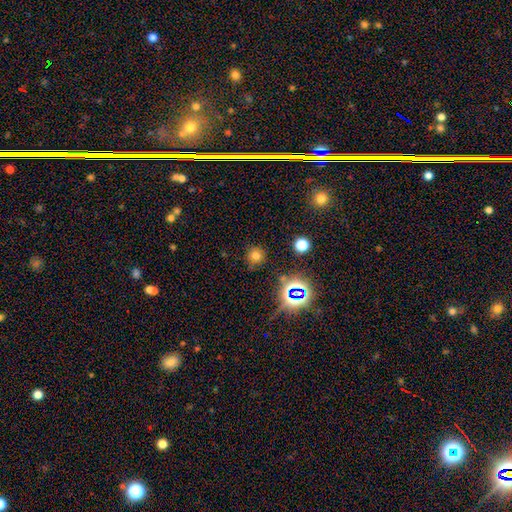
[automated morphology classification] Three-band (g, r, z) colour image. It shows a smooth galaxy with no disk features (68%) that is round (92%). Merging: none (84%).